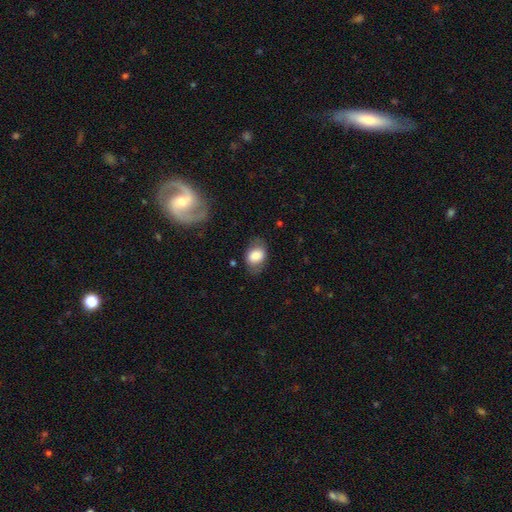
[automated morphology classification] Smooth or featured? Predicted: smooth (p=0.77). How rounded? Predicted: in between (p=0.74). Merging? Predicted: none (p=0.69).